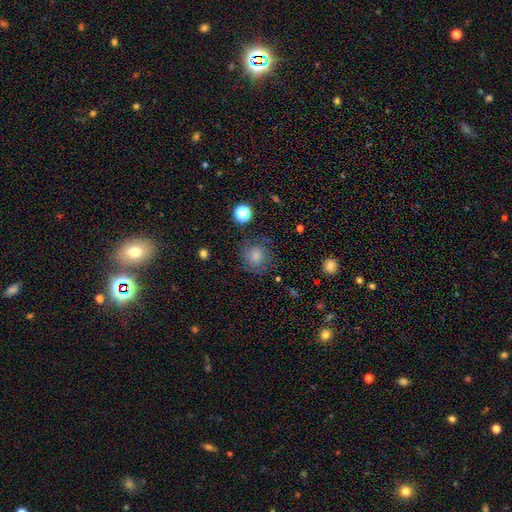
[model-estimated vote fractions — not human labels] smooth-or-featured: smooth: 73% | star or artifact: 14% | featured or disk: 13%
  how-rounded: round: 85% | in between: 14% | cigar-shaped: 1%
  merging: none: 73% | minor disturbance: 17% | major disturbance: 8% | merger: 2%